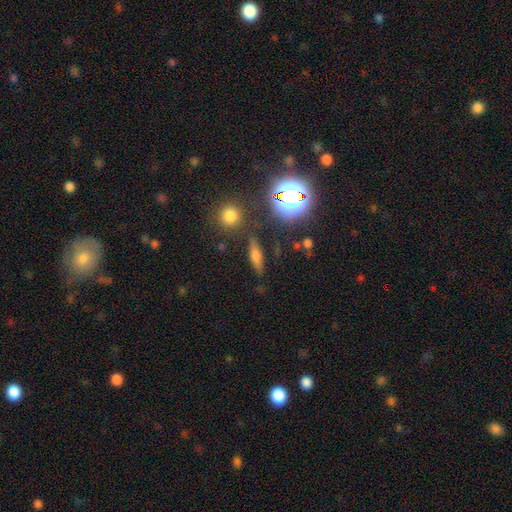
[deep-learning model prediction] This is possibly a smooth galaxy (52%). How rounded: possibly cigar-shaped (54%). Merging: clearly none (82%).